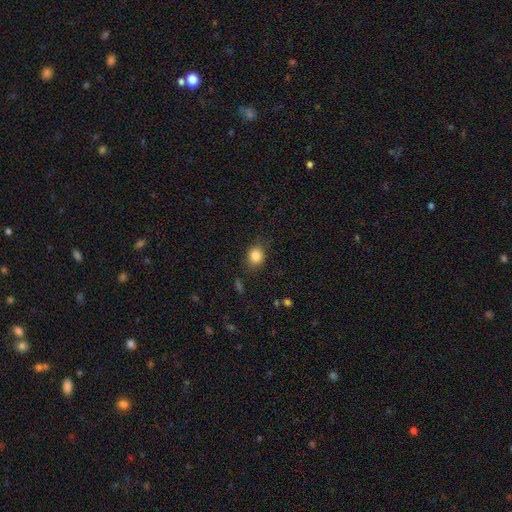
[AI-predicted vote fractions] smooth_or_featured: smooth (p=0.85) [alt: star or artifact p=0.10]
how_rounded: round (p=0.69) [alt: in between p=0.30]
merging: none (p=0.81) [alt: minor disturbance p=0.14]